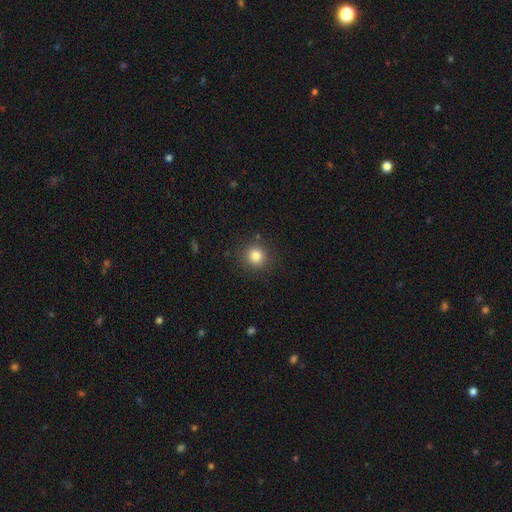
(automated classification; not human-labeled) Smooth or featured: smooth — 83% (star or artifact — 11%)
How rounded: round — 92% (in between — 7%)
Merging: none — 88% (minor disturbance — 7%)